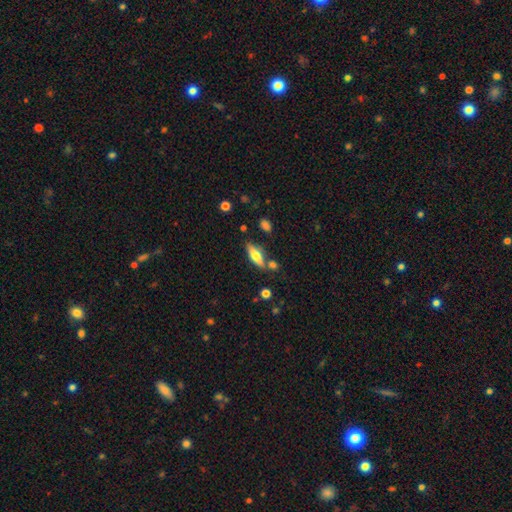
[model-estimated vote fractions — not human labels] Smooth or featured?
  - smooth: 57% *
  - featured or disk: 36%
  - star or artifact: 7%
How rounded?
  - in between: 56% *
  - cigar-shaped: 41%
  - round: 3%
Merging?
  - none: 72% *
  - minor disturbance: 14%
  - merger: 11%
  - major disturbance: 4%